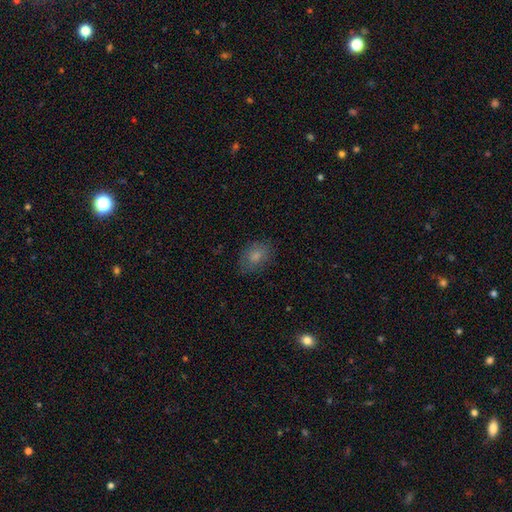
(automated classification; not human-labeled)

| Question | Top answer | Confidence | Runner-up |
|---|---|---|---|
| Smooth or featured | smooth | 78% | featured or disk (12%) |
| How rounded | in between | 77% | round (22%) |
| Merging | none | 78% | minor disturbance (17%) |